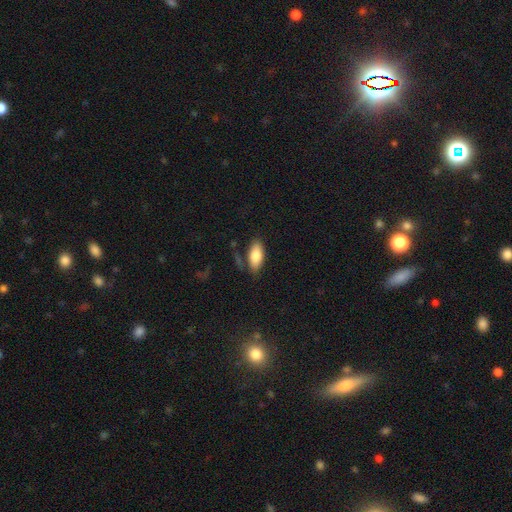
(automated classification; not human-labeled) Smooth or featured: smooth — 82% (featured or disk — 12%)
How rounded: in between — 87% (cigar-shaped — 11%)
Merging: none — 76% (minor disturbance — 16%)